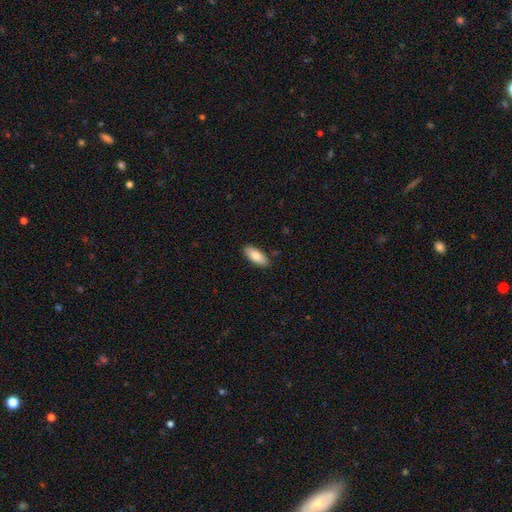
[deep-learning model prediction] This appears to be a smooth galaxy with no disk features (80%) that is in between round and cigar-shaped (81%). Merging: none (88%).